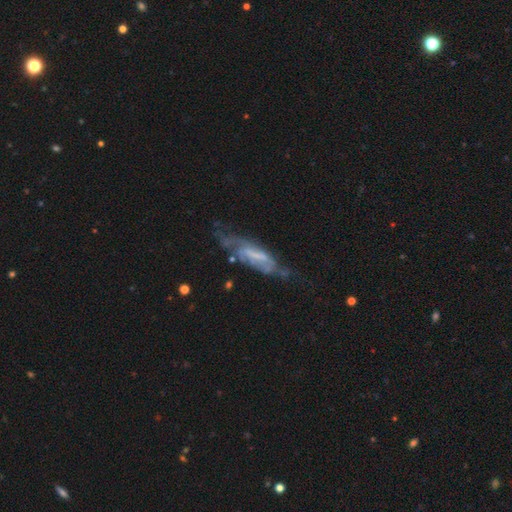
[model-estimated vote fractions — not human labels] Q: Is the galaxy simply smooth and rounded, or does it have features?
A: featured or disk — 68%.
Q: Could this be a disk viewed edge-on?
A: no — 76%.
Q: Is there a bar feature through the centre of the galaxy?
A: weak — 38%.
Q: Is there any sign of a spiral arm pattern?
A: yes — 73%.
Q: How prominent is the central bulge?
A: none — 42%.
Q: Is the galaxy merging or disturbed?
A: none — 43%.